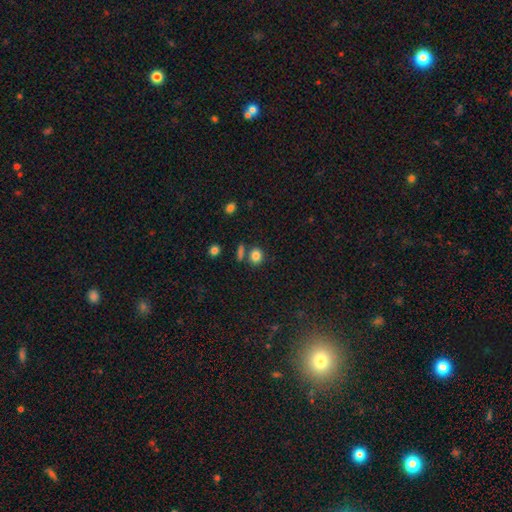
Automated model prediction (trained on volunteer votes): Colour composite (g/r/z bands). It shows a smooth galaxy with no disk features (83%) that is round (66%). Merging: none (73%).